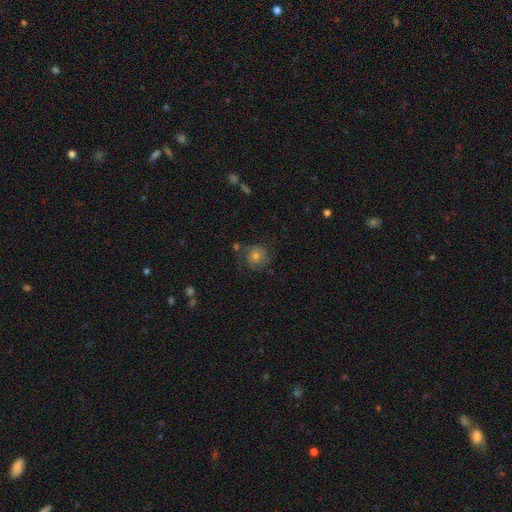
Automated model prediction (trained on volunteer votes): Q: Smooth or featured?
A: smooth (45%); runner-up: featured or disk (39%)
Q: Merging?
A: none (71%); runner-up: minor disturbance (17%)